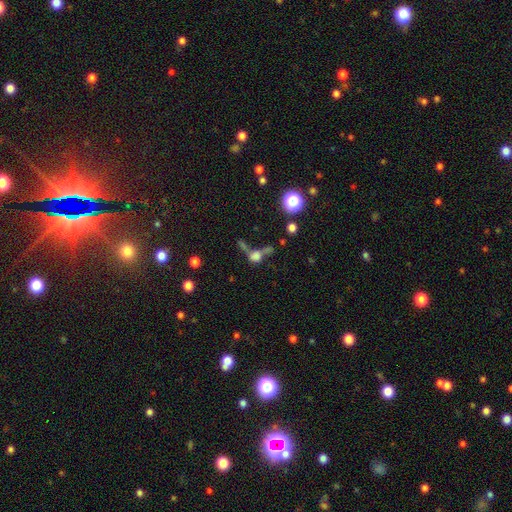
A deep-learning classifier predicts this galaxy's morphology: Smooth or featured? Predicted: smooth (p=0.54). How rounded? Predicted: round (p=0.49). Merging? Predicted: merger (p=0.42).